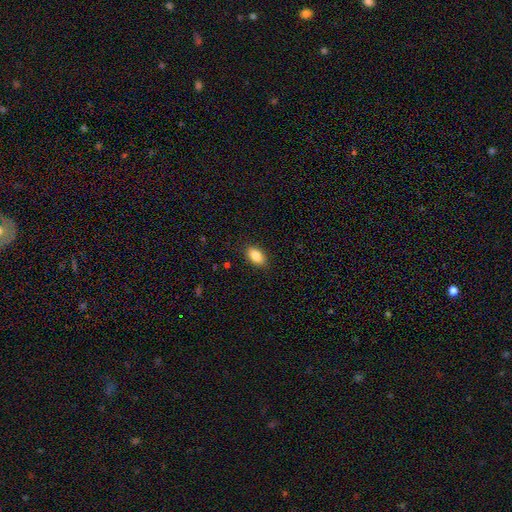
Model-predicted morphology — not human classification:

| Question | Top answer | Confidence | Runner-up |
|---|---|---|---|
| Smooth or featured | smooth | 86% | star or artifact (8%) |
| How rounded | in between | 91% | round (7%) |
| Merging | none | 88% | minor disturbance (9%) |